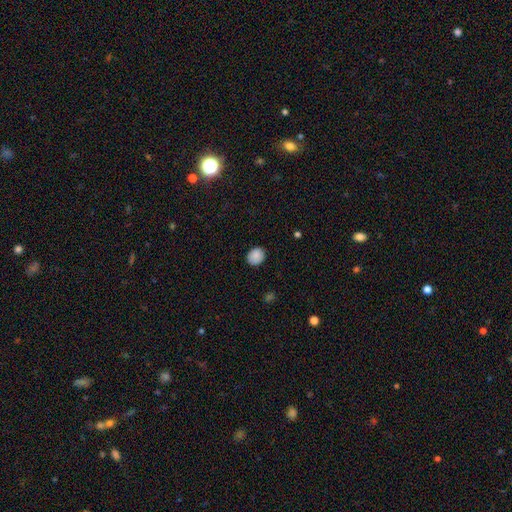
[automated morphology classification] A smooth galaxy with no disk features (87%) that is round (62%). Merging: none (85%).